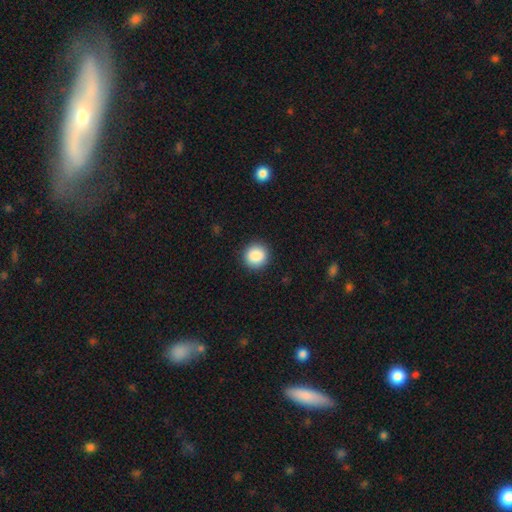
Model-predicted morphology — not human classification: Overall: smooth (88%). How rounded: round (94%). Merging: none (92%).